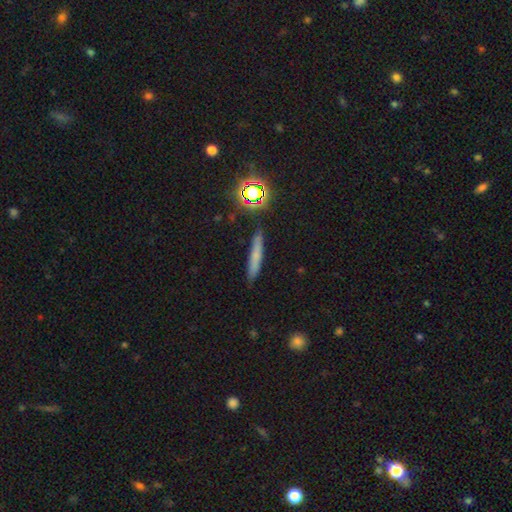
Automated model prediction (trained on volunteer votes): Morphology: type=smooth (63%); roundness=cigar-shaped (90%); merging=none (85%).